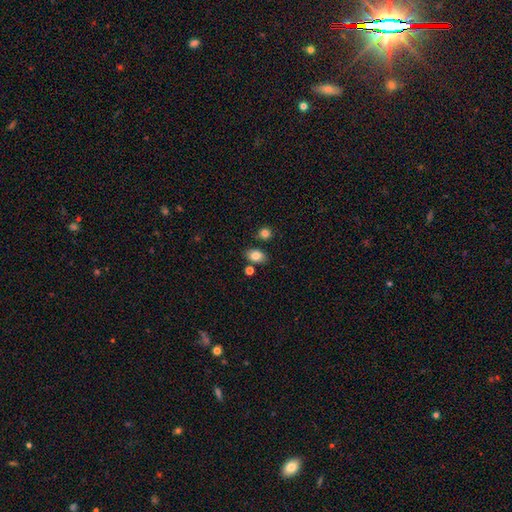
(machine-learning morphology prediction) Smooth or featured?
  - smooth: 83% *
  - star or artifact: 9%
  - featured or disk: 8%
How rounded?
  - in between: 79% *
  - round: 20%
  - cigar-shaped: 1%
Merging?
  - none: 78% *
  - minor disturbance: 12%
  - merger: 8%
  - major disturbance: 3%